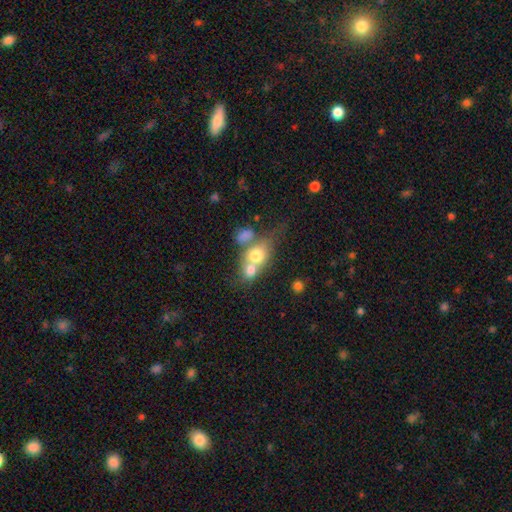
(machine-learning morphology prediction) Smooth or featured: smooth — 66% (featured or disk — 23%)
How rounded: round — 55% (in between — 42%)
Merging: merger — 65% (none — 21%)